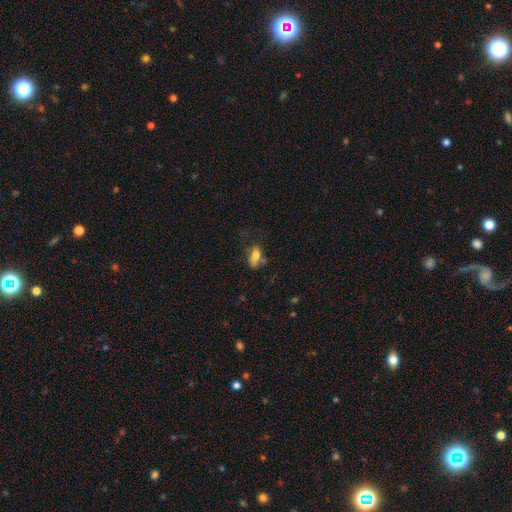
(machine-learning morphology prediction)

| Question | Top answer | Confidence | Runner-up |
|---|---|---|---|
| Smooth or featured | smooth | 70% | featured or disk (21%) |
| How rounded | in between | 84% | cigar-shaped (10%) |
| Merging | none | 46% | minor disturbance (27%) |